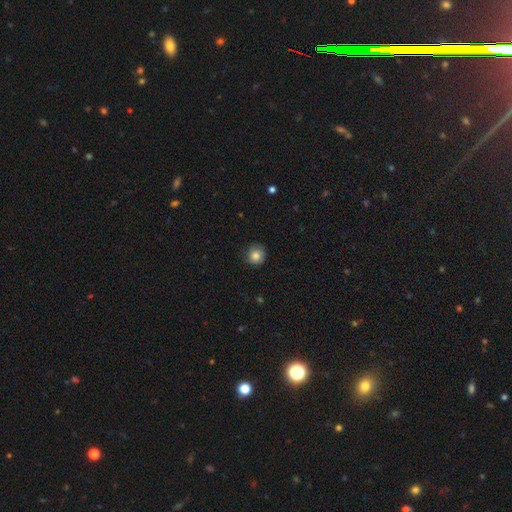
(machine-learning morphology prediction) smooth-or-featured: smooth: 81% | star or artifact: 9% | featured or disk: 9%
  how-rounded: round: 91% | in between: 8% | cigar-shaped: 1%
  merging: none: 82% | minor disturbance: 14% | major disturbance: 3% | merger: 1%